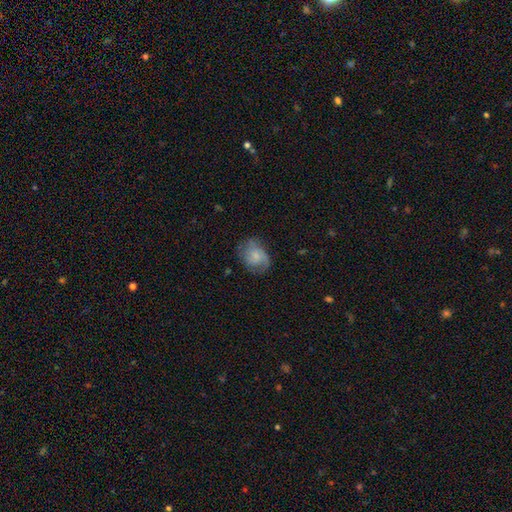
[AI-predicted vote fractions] This is possibly a featured or disk galaxy (50%). Merging: possibly none (60%).